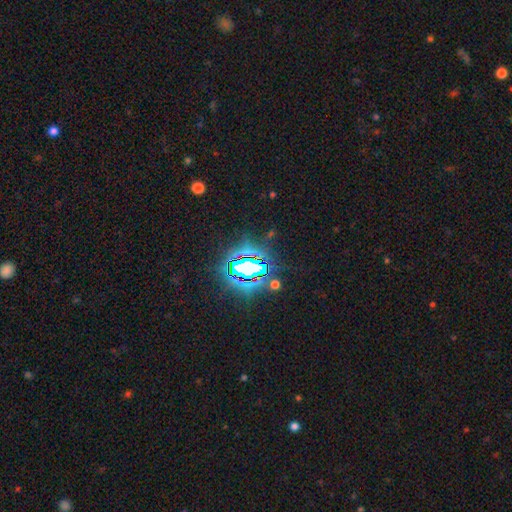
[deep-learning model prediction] smooth-or-featured: star or artifact: 80% | smooth: 12% | featured or disk: 8%